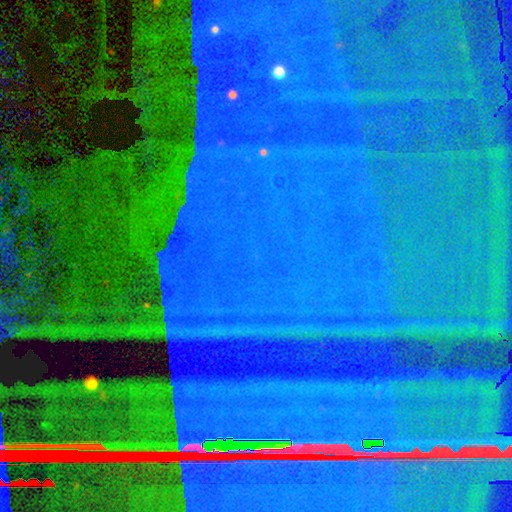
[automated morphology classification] Smooth or featured? Predicted: star or artifact (p=0.88).